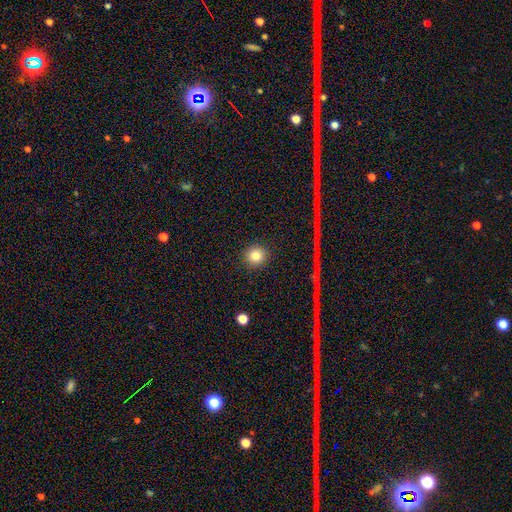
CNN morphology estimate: smooth_or_featured: smooth (p=0.82) [alt: star or artifact p=0.11]
how_rounded: round (p=0.92) [alt: in between p=0.07]
merging: none (p=0.91) [alt: minor disturbance p=0.06]